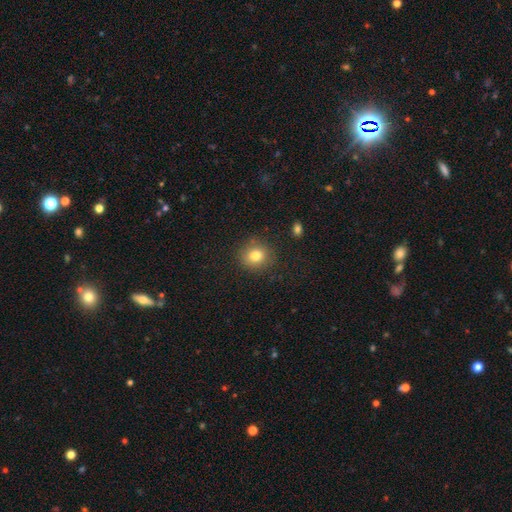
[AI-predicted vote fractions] This is likely a smooth galaxy (79%). How rounded: clearly round (85%). Merging: clearly none (85%).